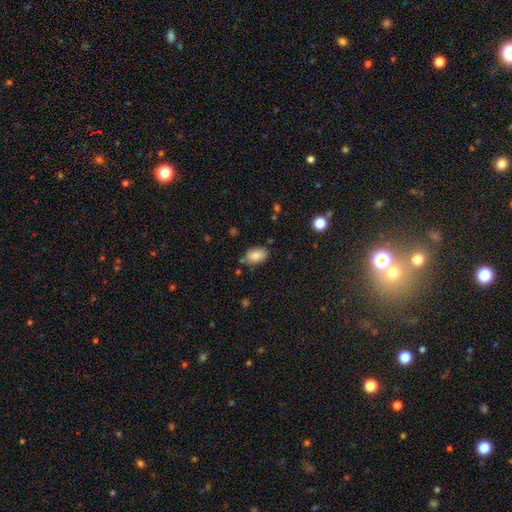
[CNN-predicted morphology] This appears to be a smooth galaxy with no disk features (86%) that is in between round and cigar-shaped (90%). Merging: none (75%).